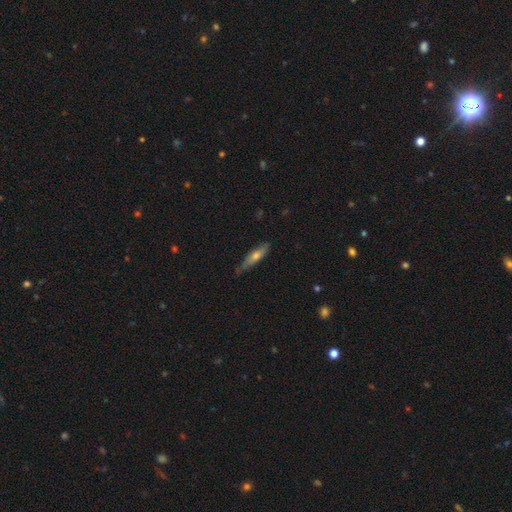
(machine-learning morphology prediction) smooth-or-featured: smooth: 51% | featured or disk: 43% | star or artifact: 6%
  how-rounded: cigar-shaped: 75% | in between: 23% | round: 2%
  merging: none: 64% | minor disturbance: 29% | major disturbance: 5% | merger: 2%